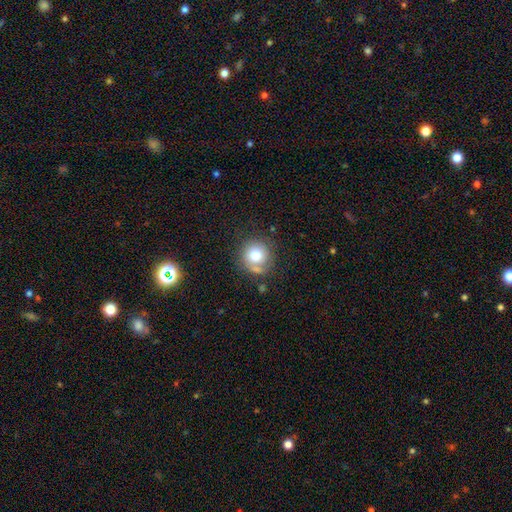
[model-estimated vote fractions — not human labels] Morphology: type=smooth (73%); roundness=round (92%); merging=none (67%).